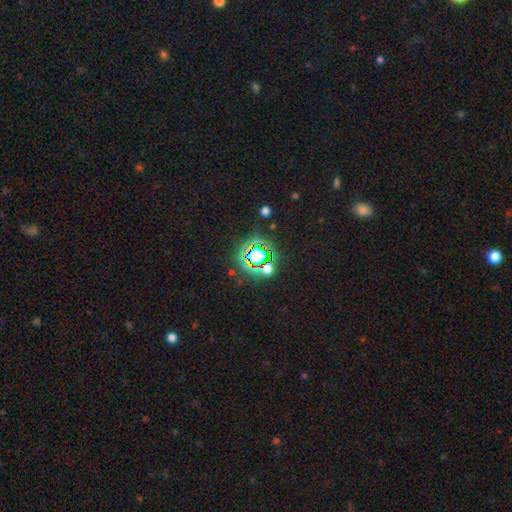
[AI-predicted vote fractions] Morphology: type=star or artifact (77%).